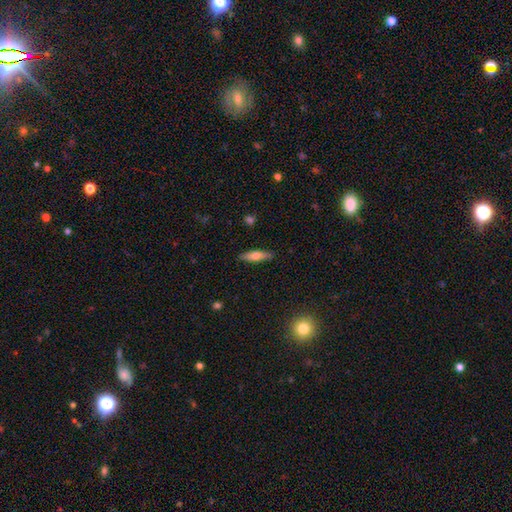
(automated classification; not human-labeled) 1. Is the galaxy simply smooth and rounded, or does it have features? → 63% smooth, 30% featured or disk, 7% star or artifact.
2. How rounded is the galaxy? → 68% cigar-shaped, 30% in between, 2% round.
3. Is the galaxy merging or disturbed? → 89% none, 8% minor disturbance, 2% major disturbance, 1% merger.